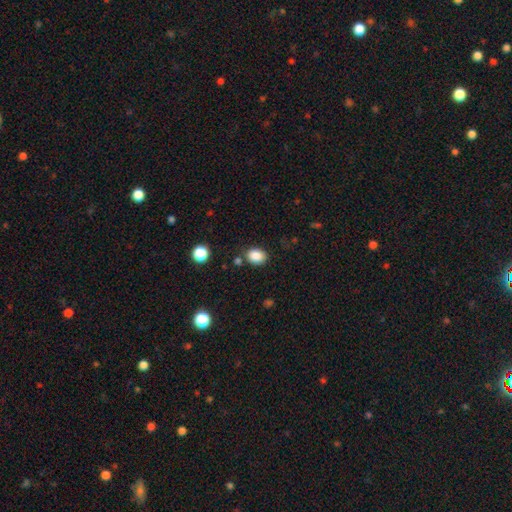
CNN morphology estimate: type=smooth (86%); roundness=in between (60%); merging=none (80%).